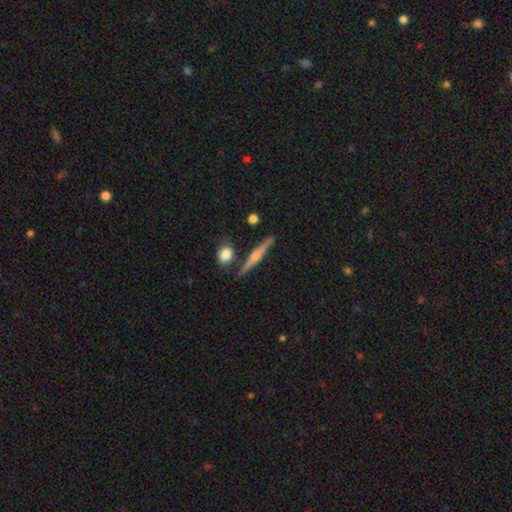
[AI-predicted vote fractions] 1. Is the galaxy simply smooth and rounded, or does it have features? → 64% featured or disk, 29% smooth, 7% star or artifact.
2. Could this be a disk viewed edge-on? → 97% yes, 3% no.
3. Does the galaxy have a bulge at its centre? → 76% rounded, 13% boxy, 12% none.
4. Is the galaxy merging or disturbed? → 82% none, 10% minor disturbance, 6% merger, 3% major disturbance.